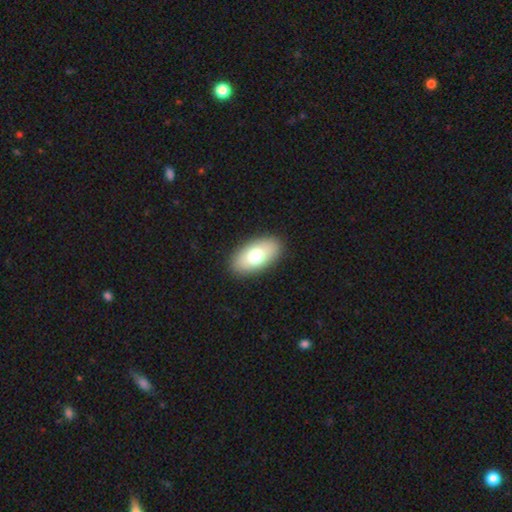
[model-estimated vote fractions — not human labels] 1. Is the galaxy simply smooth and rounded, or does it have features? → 71% smooth, 22% featured or disk, 7% star or artifact.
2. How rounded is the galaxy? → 93% in between, 4% round, 3% cigar-shaped.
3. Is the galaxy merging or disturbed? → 89% none, 8% minor disturbance, 2% major disturbance, 1% merger.